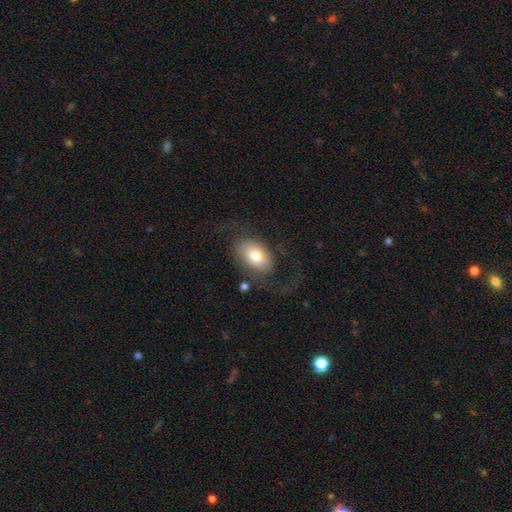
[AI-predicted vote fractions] Smooth or featured? smooth (66%)
How rounded? in between (91%)
Merging? none (59%)